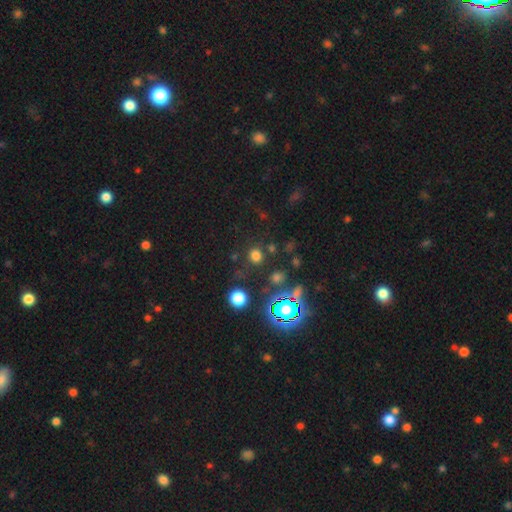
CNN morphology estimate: Overall: smooth (67%; star or artifact 27%). How rounded: round (86%). Merging: none (83%).